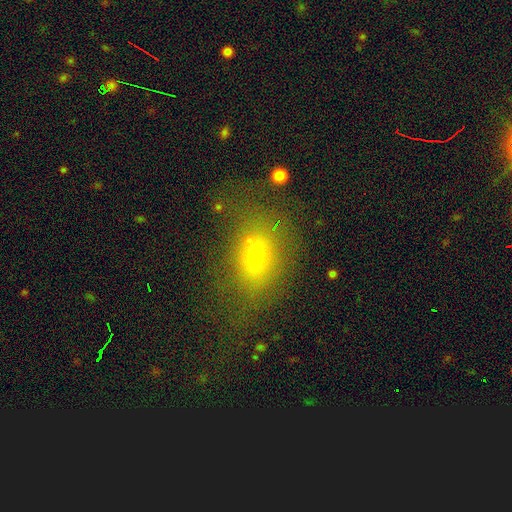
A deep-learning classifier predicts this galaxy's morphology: type=smooth (66%); roundness=in between (63%); merging=none (67%).